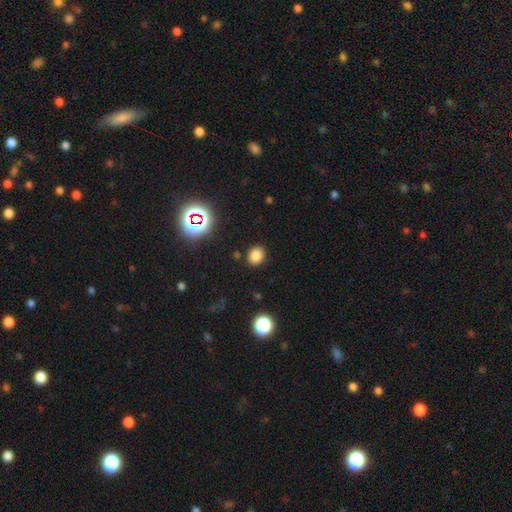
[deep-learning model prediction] Smooth or featured?
  - smooth: 79% *
  - star or artifact: 15%
  - featured or disk: 6%
How rounded?
  - round: 56% *
  - in between: 43%
  - cigar-shaped: 1%
Merging?
  - none: 87% *
  - minor disturbance: 8%
  - major disturbance: 3%
  - merger: 2%